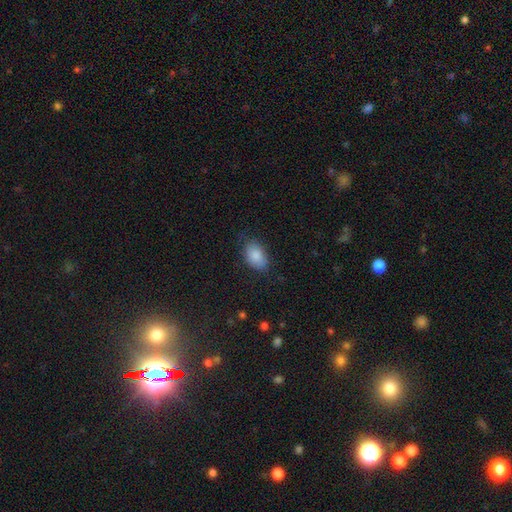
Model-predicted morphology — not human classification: Smooth or featured? Predicted: smooth (p=0.86). How rounded? Predicted: in between (p=0.88). Merging? Predicted: none (p=0.70).